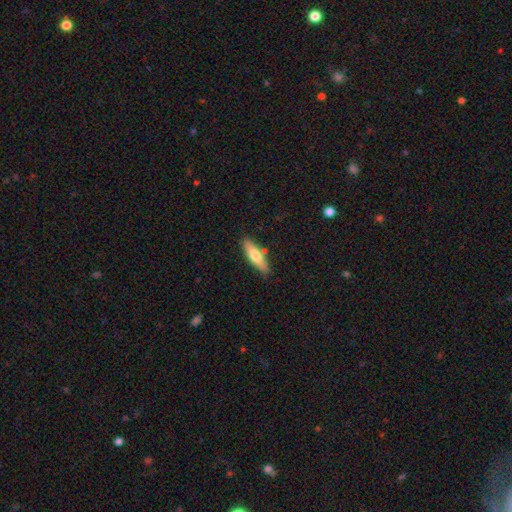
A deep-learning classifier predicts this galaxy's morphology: smooth-or-featured: smooth: 65% | featured or disk: 30% | star or artifact: 6%
  how-rounded: cigar-shaped: 58% | in between: 40% | round: 2%
  merging: none: 82% | minor disturbance: 12% | merger: 4% | major disturbance: 2%